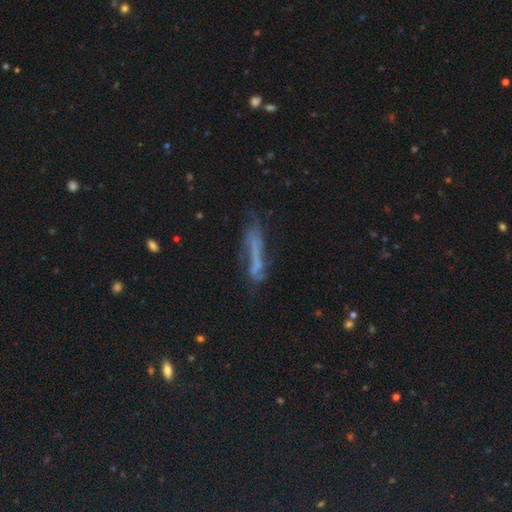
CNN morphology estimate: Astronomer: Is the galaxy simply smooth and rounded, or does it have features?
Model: smooth — 44% (runner-up: featured or disk, 39%).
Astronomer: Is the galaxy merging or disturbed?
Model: none — 50%.